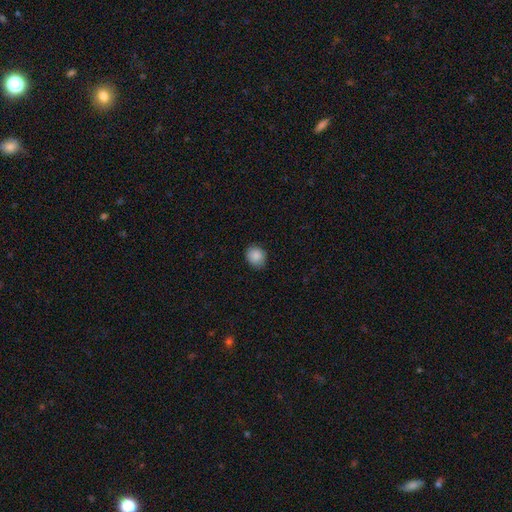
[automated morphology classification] Overall: smooth (88%). How rounded: round (65%; in between 34%). Merging: none (84%).